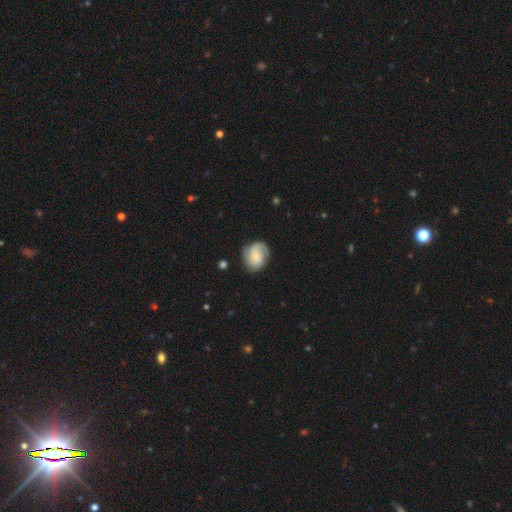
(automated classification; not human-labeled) smooth 49%, featured or disk 43%, star or artifact 8%. Down the decision tree: merging — none (66%).